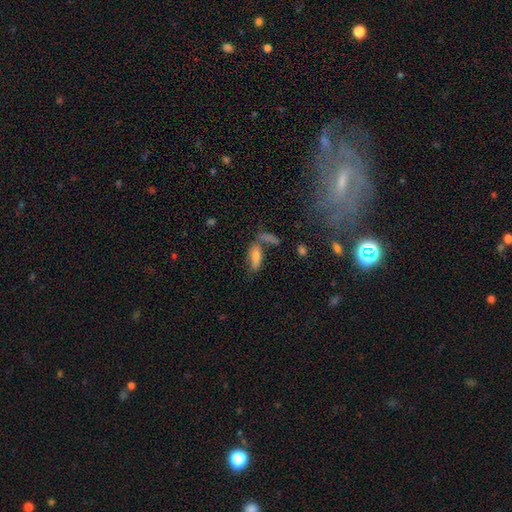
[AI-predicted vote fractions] A smooth galaxy with no disk features (64%) that is in between round and cigar-shaped (70%). Merging: none (44%).